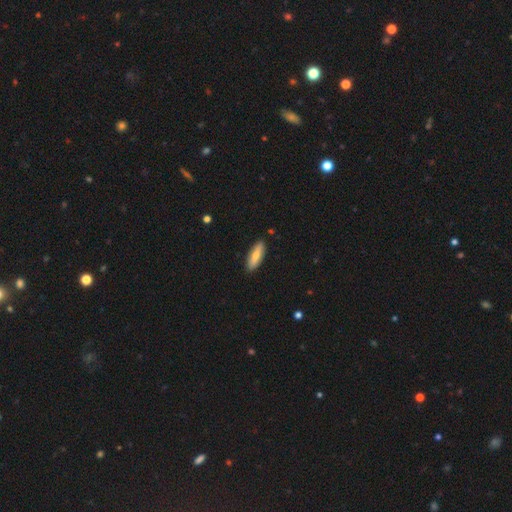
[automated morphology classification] This is likely a smooth galaxy (69%). How rounded: possibly in between (50%). Merging: clearly none (89%).